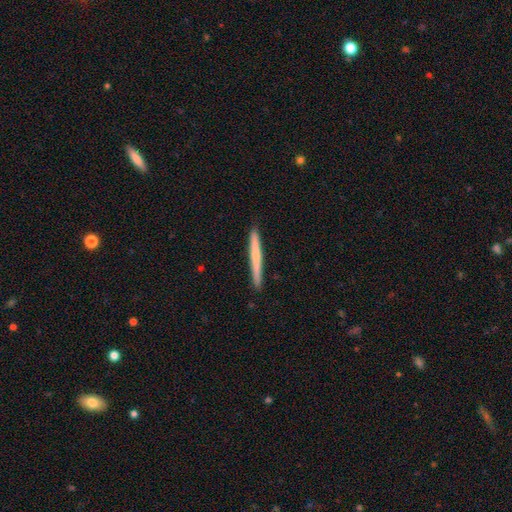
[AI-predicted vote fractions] Morphology: type=smooth (56%); roundness=cigar-shaped (97%); merging=none (91%).